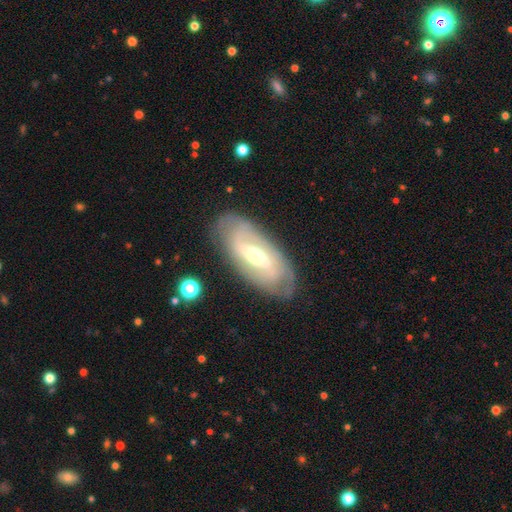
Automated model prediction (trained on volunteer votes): featured or disk 75%, smooth 19%, star or artifact 6%. Down the decision tree: edge-on disk — no (88%); bar — strong (44%); spiral arms — yes (71%); bulge size — moderate (62%); merging — none (80%).